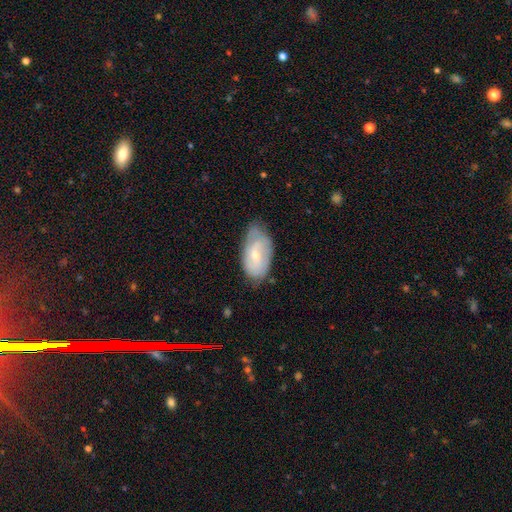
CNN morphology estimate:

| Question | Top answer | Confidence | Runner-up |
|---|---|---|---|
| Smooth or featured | featured or disk | 48% | smooth (45%) |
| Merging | none | 58% | minor disturbance (33%) |